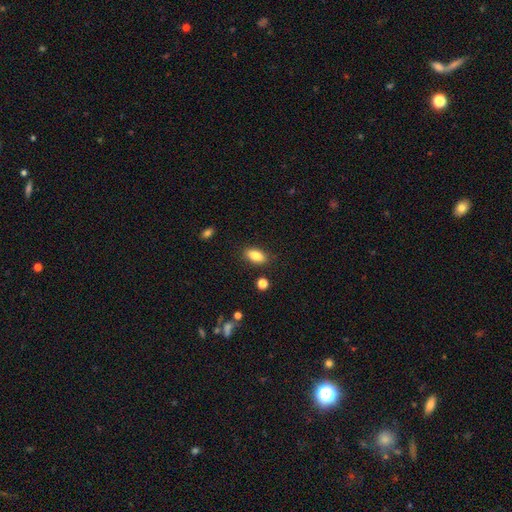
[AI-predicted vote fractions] Morphology: type=smooth (82%); roundness=in between (88%); merging=none (85%).